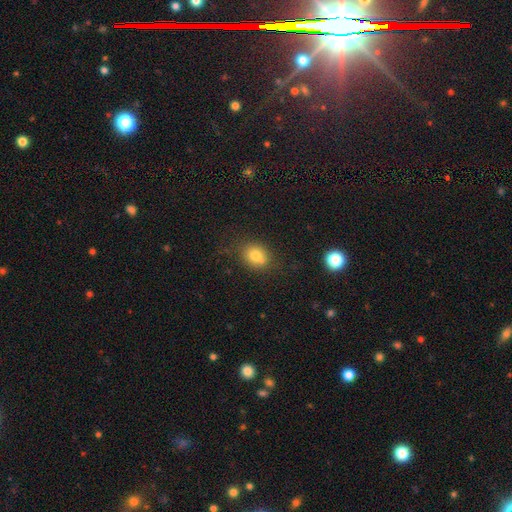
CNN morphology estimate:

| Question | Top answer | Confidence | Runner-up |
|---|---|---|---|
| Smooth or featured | smooth | 77% | featured or disk (12%) |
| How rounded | round | 52% | in between (46%) |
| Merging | none | 65% | minor disturbance (19%) |